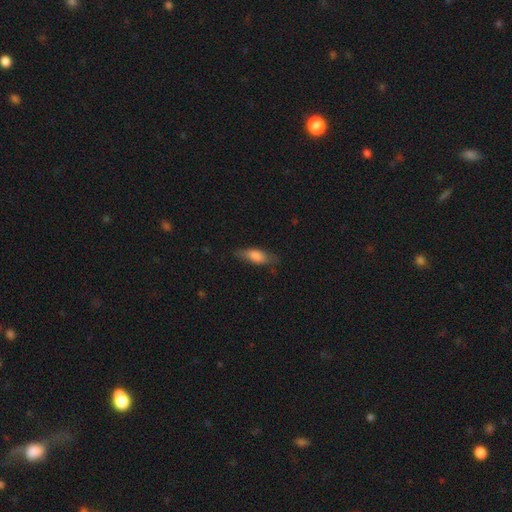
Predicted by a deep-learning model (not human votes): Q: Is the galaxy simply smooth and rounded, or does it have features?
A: smooth — 76%.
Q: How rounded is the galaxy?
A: in between — 71%.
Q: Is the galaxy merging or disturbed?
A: none — 68%.